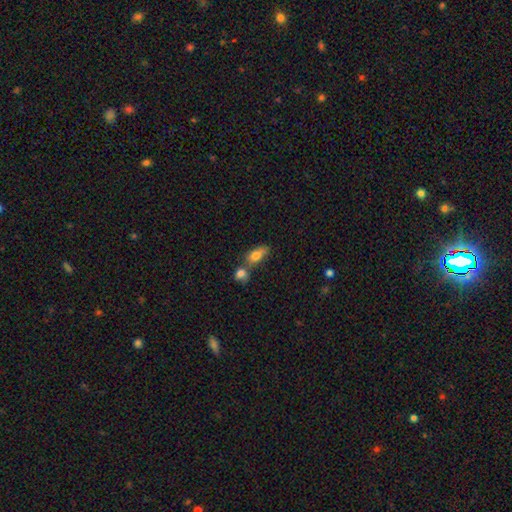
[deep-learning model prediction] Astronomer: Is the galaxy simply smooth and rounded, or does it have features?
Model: smooth — 77%.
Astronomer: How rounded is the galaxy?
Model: in between — 80%.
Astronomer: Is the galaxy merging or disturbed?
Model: merger — 42% (runner-up: none, 38%).